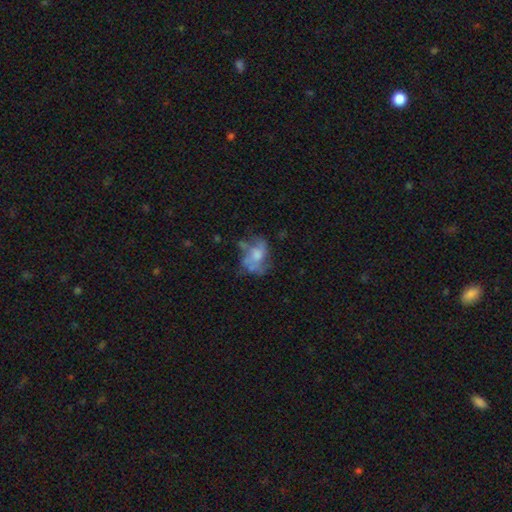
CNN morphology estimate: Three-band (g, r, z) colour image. It shows a featured or disk galaxy (51%). Merging: none (39%).